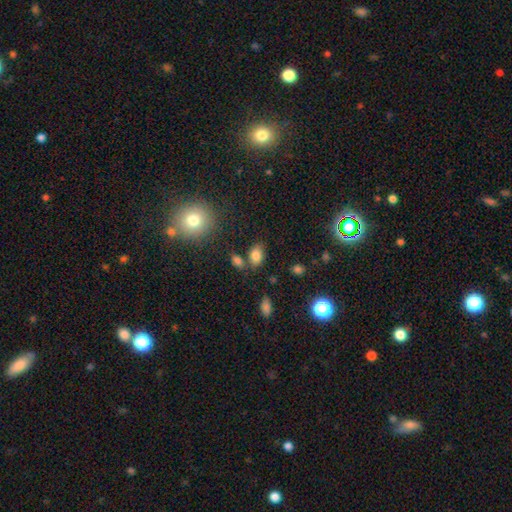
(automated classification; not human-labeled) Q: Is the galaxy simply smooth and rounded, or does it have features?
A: smooth — 81%.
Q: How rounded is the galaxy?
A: in between — 85%.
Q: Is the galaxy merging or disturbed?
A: none — 68%.